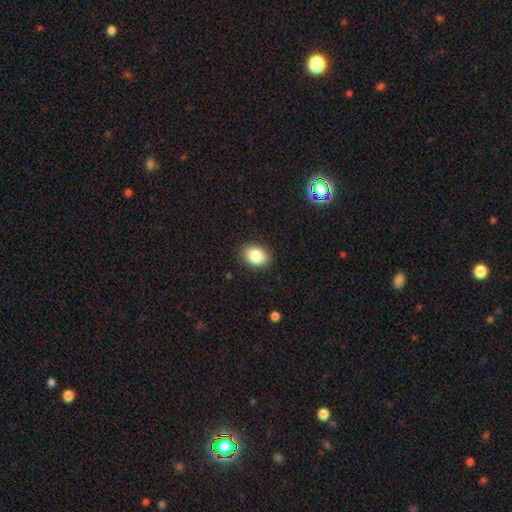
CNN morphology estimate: The model was most divided on "how rounded": in between: 68%, round: 31%, cigar-shaped: 1%. More confident: merging — none (89%); smooth or featured — smooth (84%).